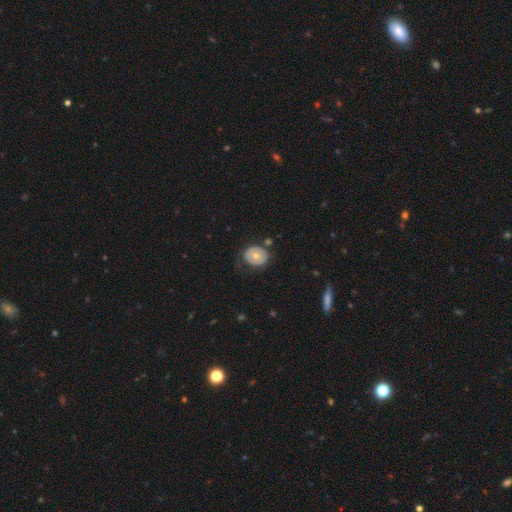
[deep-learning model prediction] Smooth or featured?
  - smooth: 57% *
  - featured or disk: 36%
  - star or artifact: 7%
How rounded?
  - round: 69% *
  - in between: 30%
  - cigar-shaped: 1%
Merging?
  - none: 73% *
  - minor disturbance: 18%
  - major disturbance: 5%
  - merger: 4%